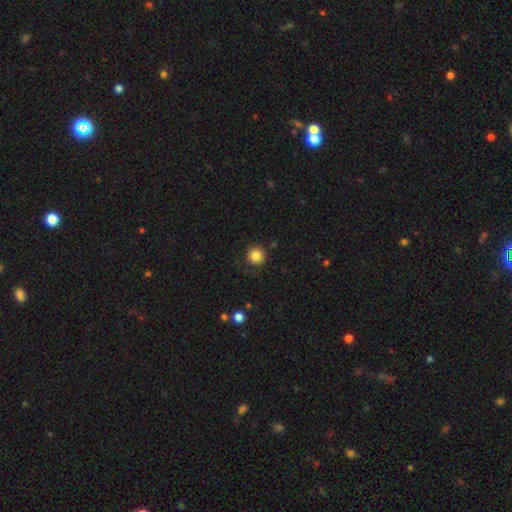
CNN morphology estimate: Smooth or featured? Predicted: smooth (p=0.85). How rounded? Predicted: round (p=0.94). Merging? Predicted: none (p=0.86).